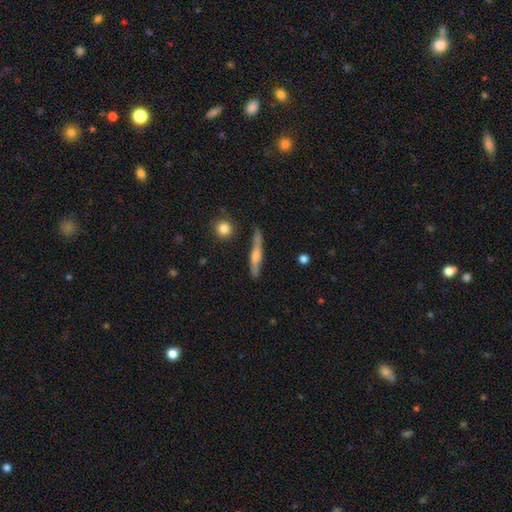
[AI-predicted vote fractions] A featured or disk galaxy (51%) viewed edge-on (92%). Merging: none (80%).